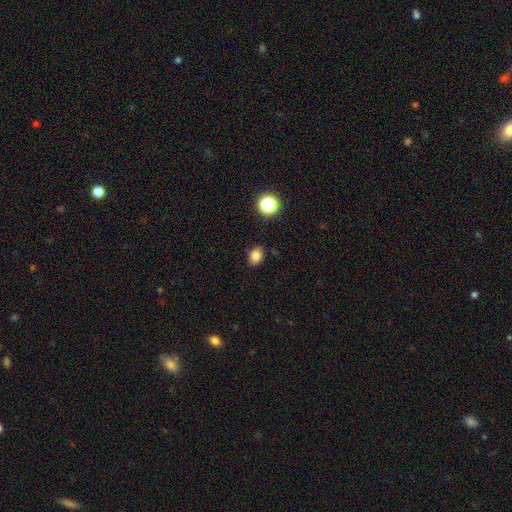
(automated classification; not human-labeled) Smooth or featured?
  - smooth: 83% *
  - star or artifact: 13%
  - featured or disk: 5%
How rounded?
  - in between: 61% *
  - round: 38%
  - cigar-shaped: 1%
Merging?
  - none: 85% *
  - minor disturbance: 11%
  - major disturbance: 3%
  - merger: 2%